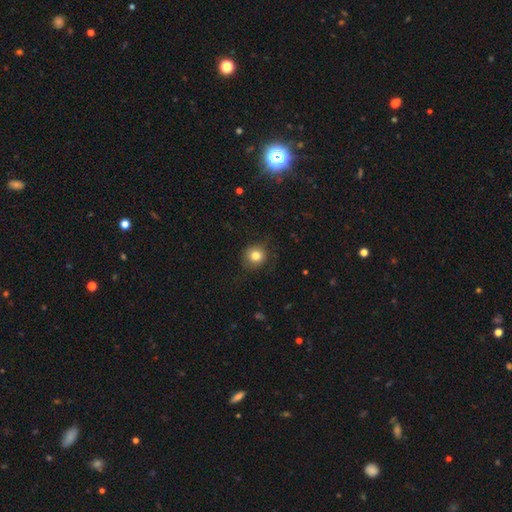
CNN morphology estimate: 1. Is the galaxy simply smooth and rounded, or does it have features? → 81% smooth, 11% star or artifact, 8% featured or disk.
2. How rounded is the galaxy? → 88% round, 11% in between, 1% cigar-shaped.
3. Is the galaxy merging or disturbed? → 77% none, 16% minor disturbance, 6% major disturbance, 1% merger.